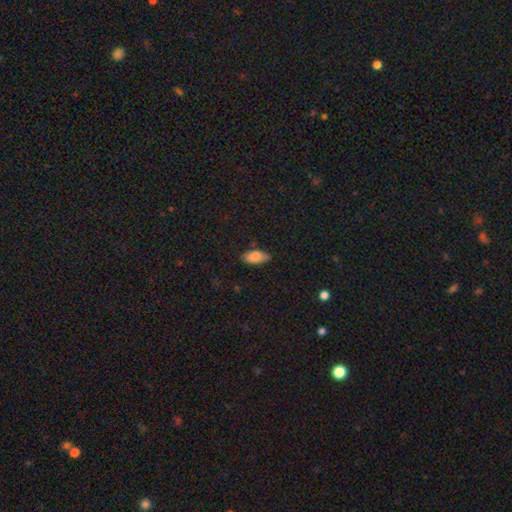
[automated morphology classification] Smooth or featured?
  - smooth: 80% *
  - featured or disk: 13%
  - star or artifact: 7%
How rounded?
  - in between: 90% *
  - cigar-shaped: 7%
  - round: 2%
Merging?
  - none: 85% *
  - minor disturbance: 11%
  - major disturbance: 2%
  - merger: 1%